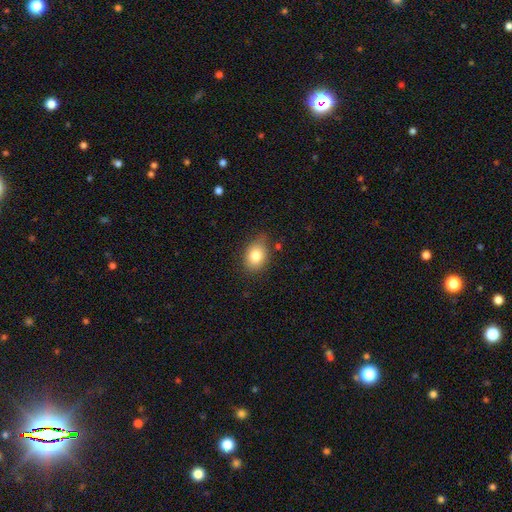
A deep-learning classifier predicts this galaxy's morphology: Smooth or featured? smooth (81%)
How rounded? in between (63%)
Merging? none (72%)